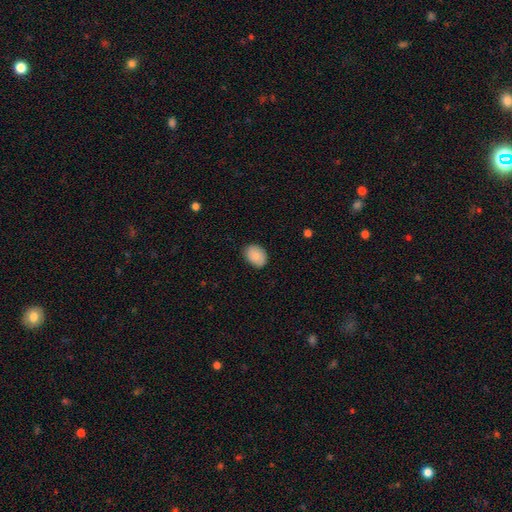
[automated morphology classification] This appears to be a smooth galaxy with no disk features (88%) that is in between round and cigar-shaped (68%). Merging: none (84%).